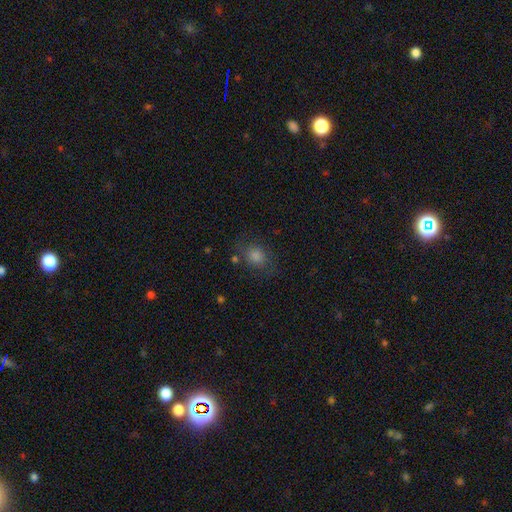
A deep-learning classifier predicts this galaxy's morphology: smooth 62%, star or artifact 21%, featured or disk 16%. Down the decision tree: how rounded — round (56%); merging — none (71%).